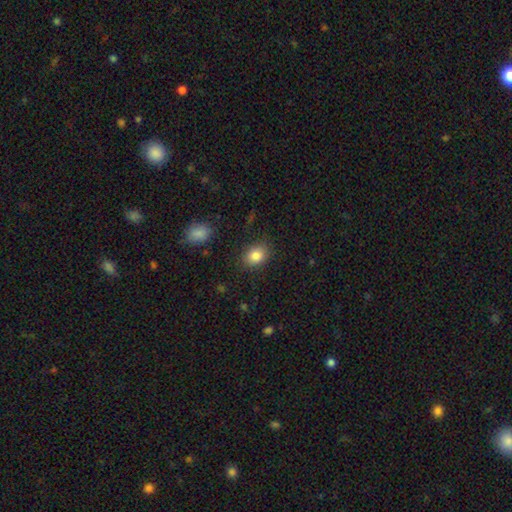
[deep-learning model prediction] Smooth or featured? Predicted: smooth (p=0.84). How rounded? Predicted: in between (p=0.60). Merging? Predicted: none (p=0.84).